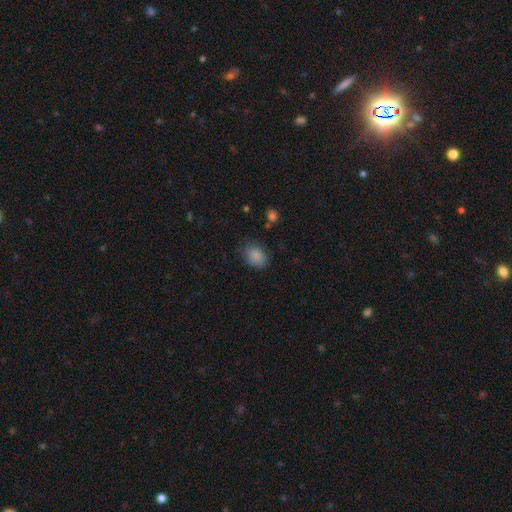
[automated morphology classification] The model was most divided on "how rounded": in between: 74%, round: 25%, cigar-shaped: 1%. More confident: smooth or featured — smooth (87%); merging — none (77%).